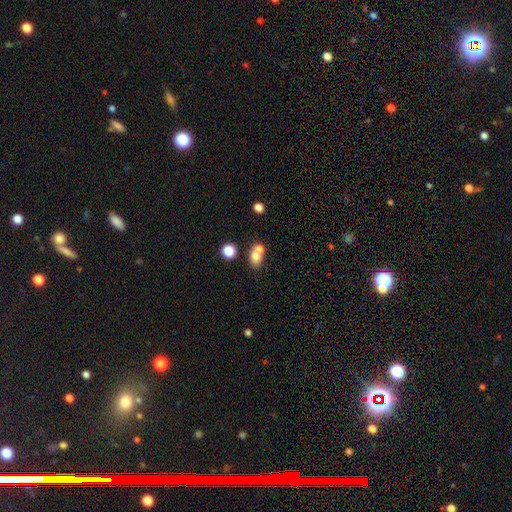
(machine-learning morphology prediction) smooth 74%, featured or disk 14%, star or artifact 11%. Down the decision tree: how rounded — in between (60%); merging — merger (53%).